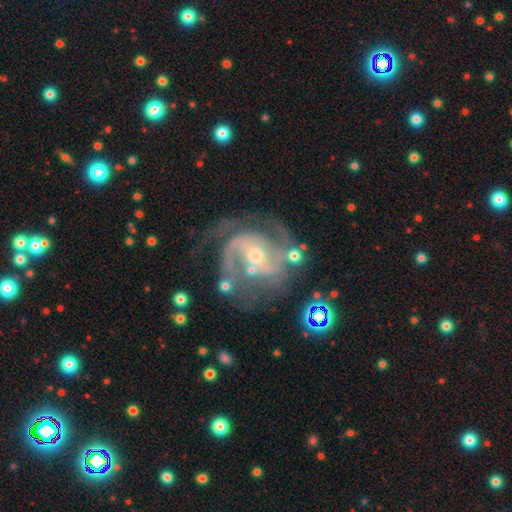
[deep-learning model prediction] smooth-or-featured: featured or disk: 90% | star or artifact: 6% | smooth: 4%
  disk-edge-on: no: 98% | yes: 2%
    bar: weak: 41% (tied) | no: 41% (tied) | strong: 18%
    has-spiral-arms: yes: 98% | no: 2%
      spiral-winding: medium: 57% | tight: 28% | loose: 15%
      spiral-arm-count: 2: 76% | 3: 10% | can't tell: 6% | 1: 3% | 4: 2% | more than 4: 2%
    bulge-size: moderate: 56% | small: 39% | large: 3% | none: 2% | dominant: 1%
  merging: none: 62% | minor disturbance: 19% | major disturbance: 13% | merger: 6%